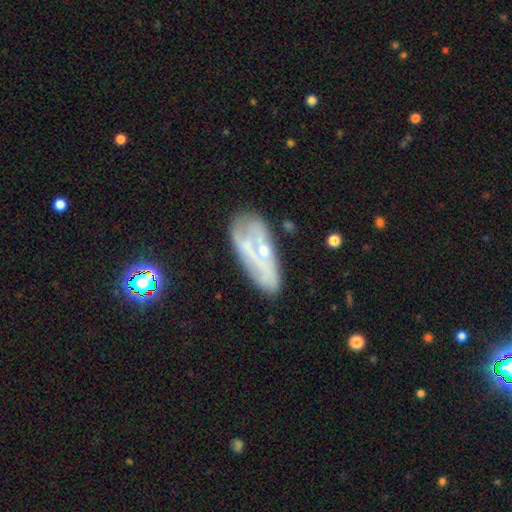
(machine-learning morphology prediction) The model was most divided on "smooth or featured": featured or disk: 59%, smooth: 28%, star or artifact: 13%. More confident: edge-on disk — no (83%); merging — none (57%).